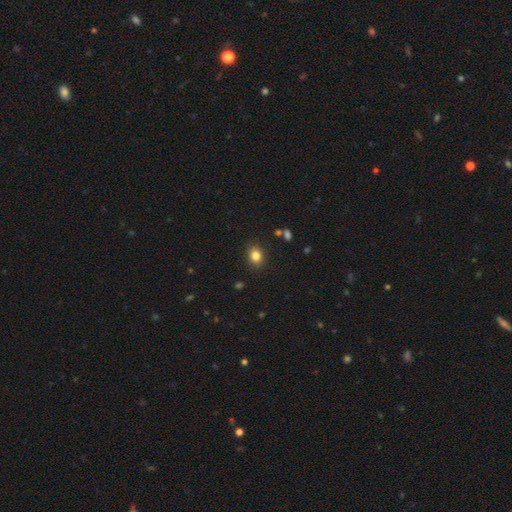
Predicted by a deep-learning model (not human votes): This is clearly a smooth galaxy (83%). How rounded: possibly round (51%). Merging: clearly none (88%).